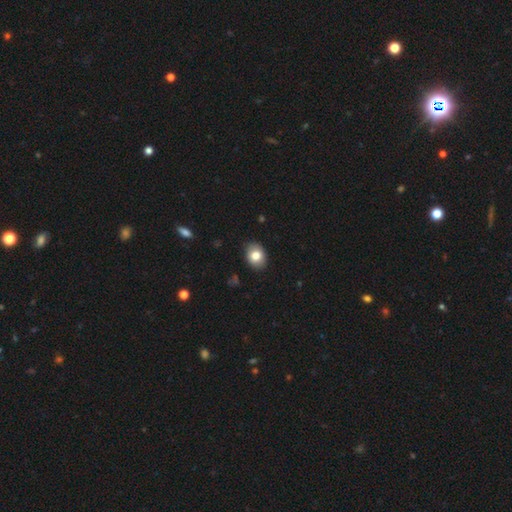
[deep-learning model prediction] Q: Smooth or featured?
A: smooth (80%); runner-up: featured or disk (11%)
Q: How rounded?
A: in between (64%); runner-up: round (35%)
Q: Merging?
A: none (87%); runner-up: minor disturbance (10%)